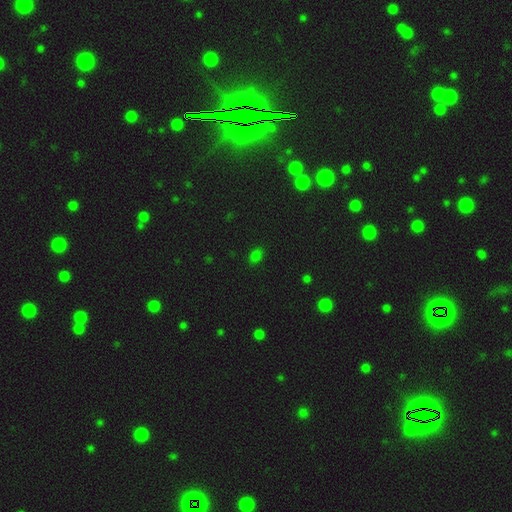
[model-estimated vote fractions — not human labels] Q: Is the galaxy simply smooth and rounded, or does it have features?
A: smooth — 74%.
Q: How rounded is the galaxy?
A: in between — 76%.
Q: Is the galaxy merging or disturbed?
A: none — 84%.